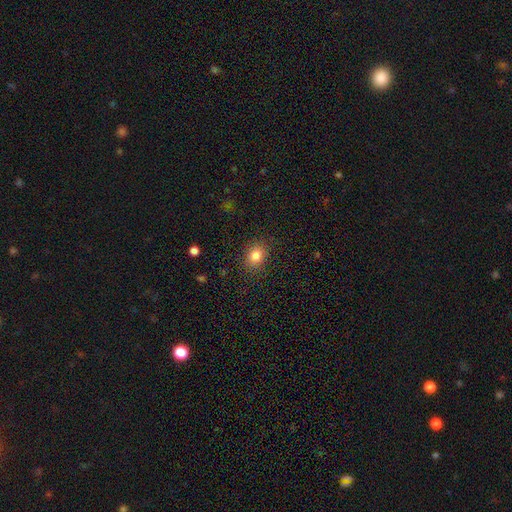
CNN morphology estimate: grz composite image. It shows a smooth galaxy with no disk features (83%) that is round (52%). Merging: none (86%).